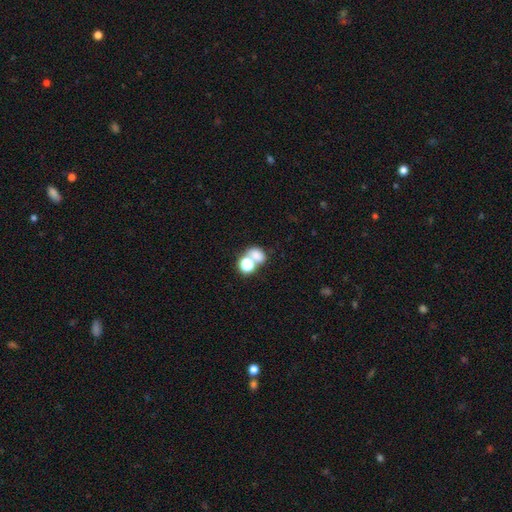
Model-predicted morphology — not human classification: Smooth or featured? Predicted: smooth (p=0.69). How rounded? Predicted: in between (p=0.50). Merging? Predicted: merger (p=0.52).